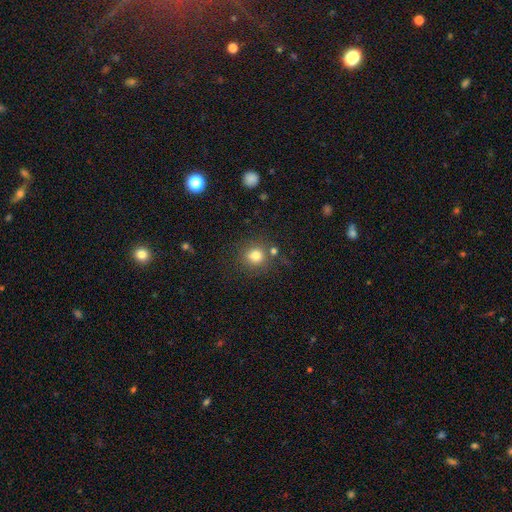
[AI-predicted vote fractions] A smooth galaxy with no disk features (80%) that is round (89%).

Vote fractions:
- Smooth or featured? smooth: 80% / star or artifact: 13% / featured or disk: 7%
- How rounded? round: 89% / in between: 10% / cigar-shaped: 1%
- Merging? none: 77% / minor disturbance: 11% / merger: 8% / major disturbance: 4%